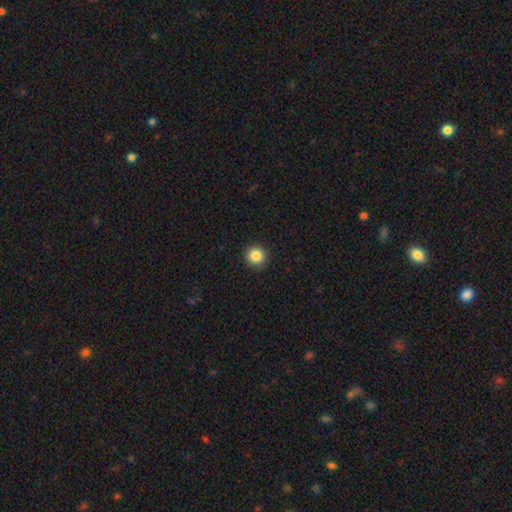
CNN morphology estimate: A smooth galaxy with no disk features (86%) that is round (95%).

Vote fractions:
- Smooth or featured? smooth: 86% / star or artifact: 10% / featured or disk: 4%
- How rounded? round: 95% / in between: 4% / cigar-shaped: 1%
- Merging? none: 93% / minor disturbance: 5% / major disturbance: 2% / merger: 1%